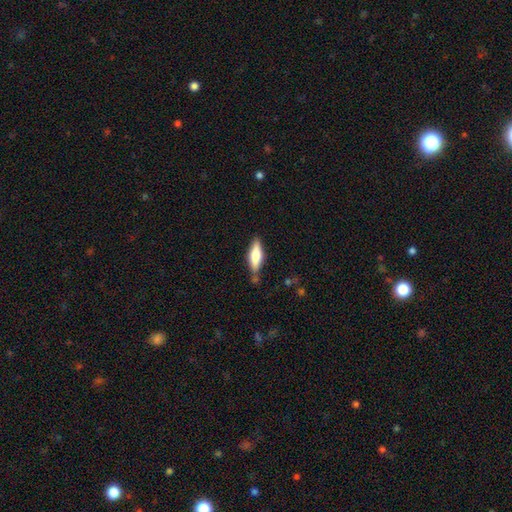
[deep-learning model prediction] Smooth or featured? smooth (62%)
How rounded? in between (50%)
Merging? none (76%)